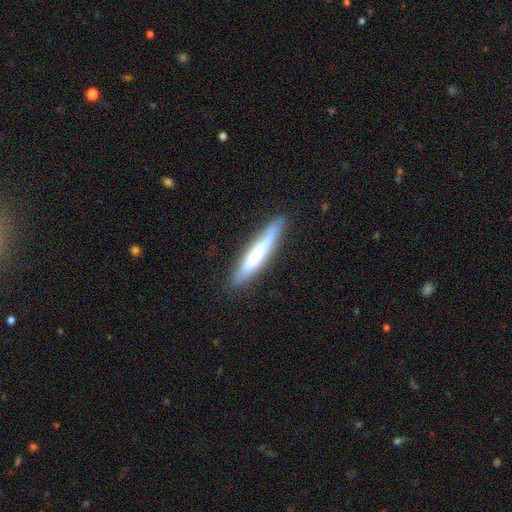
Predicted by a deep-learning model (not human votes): smooth_or_featured: smooth (p=0.61) [alt: featured or disk p=0.34]
how_rounded: cigar-shaped (p=0.91) [alt: in between p=0.08]
merging: none (p=0.82) [alt: minor disturbance p=0.14]